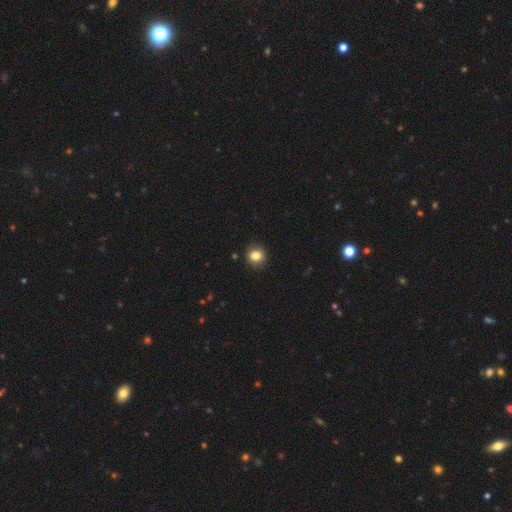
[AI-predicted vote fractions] Morphology: type=smooth (84%); roundness=round (82%); merging=none (87%).